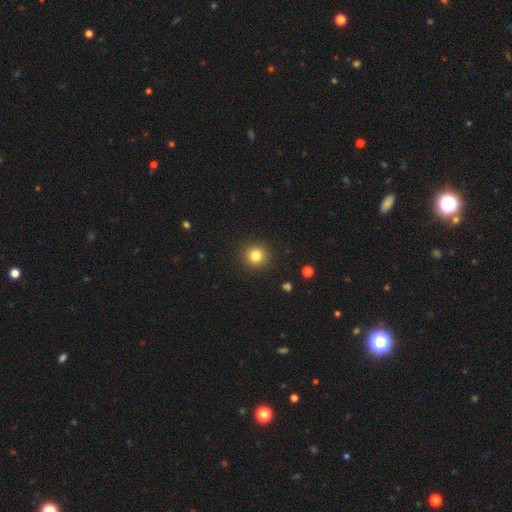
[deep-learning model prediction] Morphology: type=smooth (81%); roundness=round (94%); merging=none (92%).